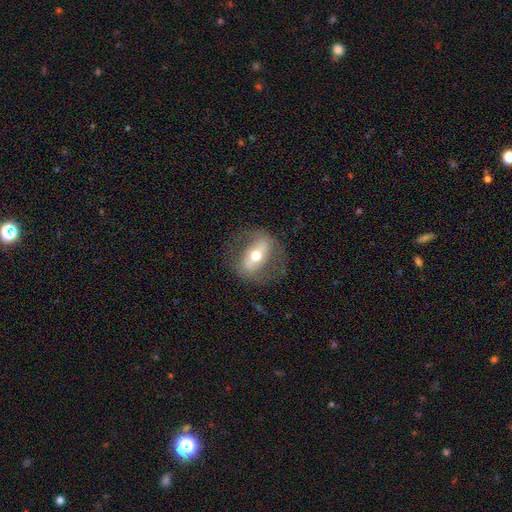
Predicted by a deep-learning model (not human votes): The model was most divided on "smooth or featured": featured or disk: 61%, smooth: 32%, star or artifact: 7%. More confident: edge-on disk — no (79%); merging — none (73%).